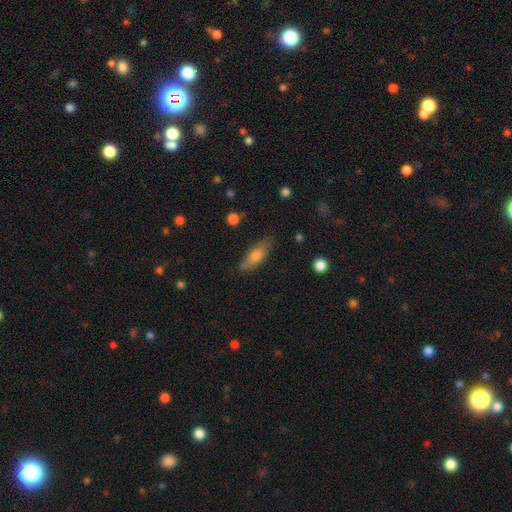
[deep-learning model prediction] A smooth galaxy with no disk features (68%) that is in between round and cigar-shaped (61%).

Vote fractions:
- Smooth or featured? smooth: 68% / featured or disk: 25% / star or artifact: 7%
- How rounded? in between: 61% / cigar-shaped: 36% / round: 3%
- Merging? none: 77% / minor disturbance: 18% / major disturbance: 4% / merger: 2%